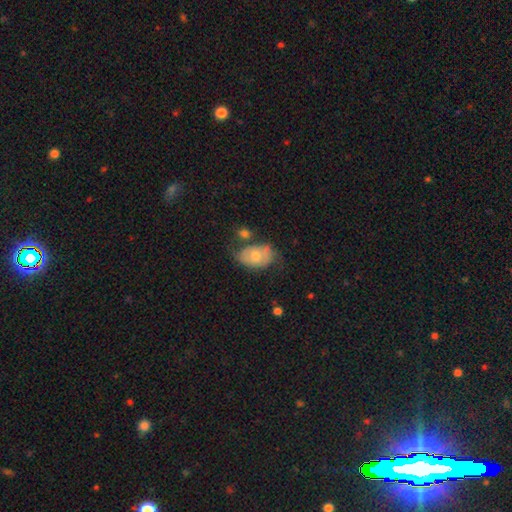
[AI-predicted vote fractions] Smooth or featured? Predicted: smooth (p=0.60). How rounded? Predicted: in between (p=0.83). Merging? Predicted: none (p=0.42).